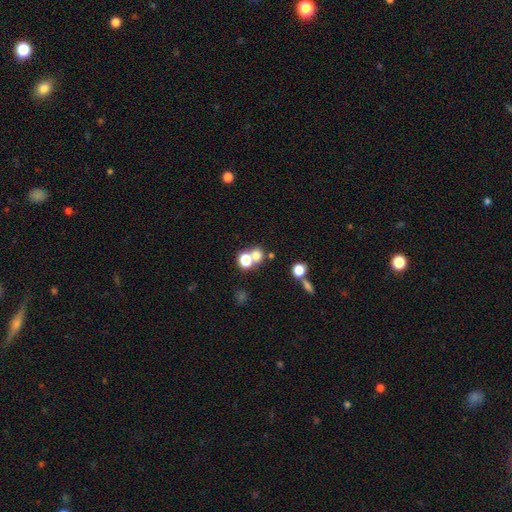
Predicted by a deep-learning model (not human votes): A smooth galaxy with no disk features (69%) that is round (77%).

Vote fractions:
- Smooth or featured? smooth: 69% / star or artifact: 20% / featured or disk: 11%
- How rounded? round: 77% / in between: 21% / cigar-shaped: 1%
- Merging? none: 48% / merger: 42% / minor disturbance: 7% / major disturbance: 4%